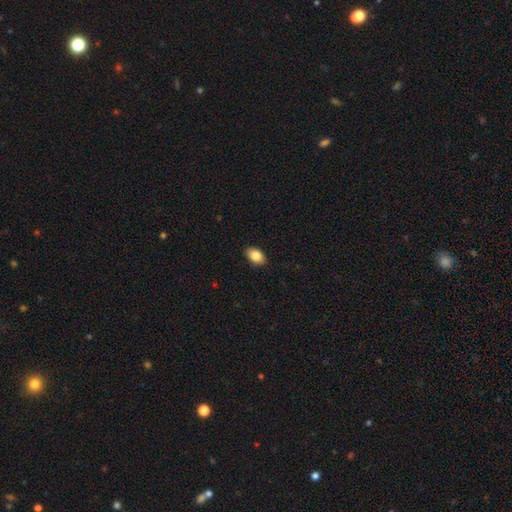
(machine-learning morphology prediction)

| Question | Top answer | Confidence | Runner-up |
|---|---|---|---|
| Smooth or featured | smooth | 85% | star or artifact (8%) |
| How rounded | in between | 88% | round (11%) |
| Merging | none | 88% | minor disturbance (9%) |